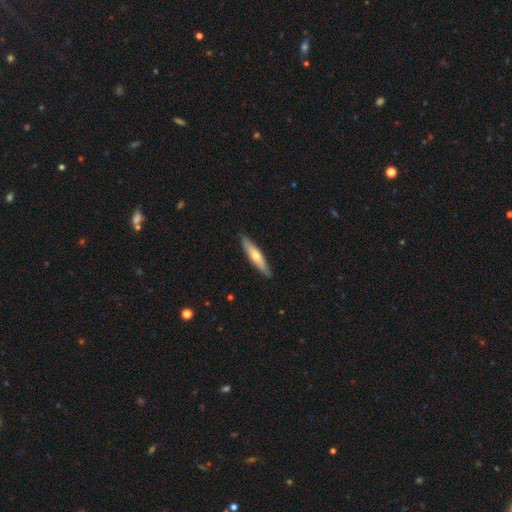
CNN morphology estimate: This is possibly a smooth galaxy (51%). How rounded: clearly cigar-shaped (84%). Merging: clearly none (89%).